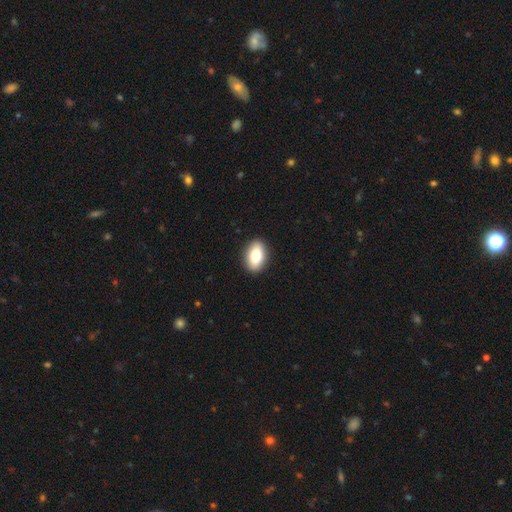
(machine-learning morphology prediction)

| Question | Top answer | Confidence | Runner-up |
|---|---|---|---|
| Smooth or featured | smooth | 80% | featured or disk (13%) |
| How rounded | in between | 88% | round (10%) |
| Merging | none | 90% | minor disturbance (7%) |